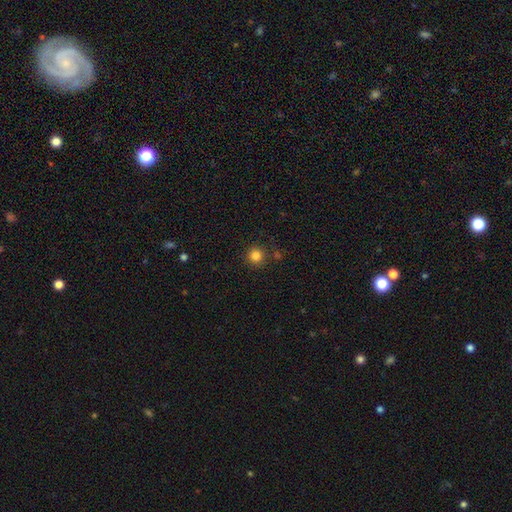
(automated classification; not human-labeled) Morphology: type=smooth (83%); roundness=round (94%); merging=none (84%).